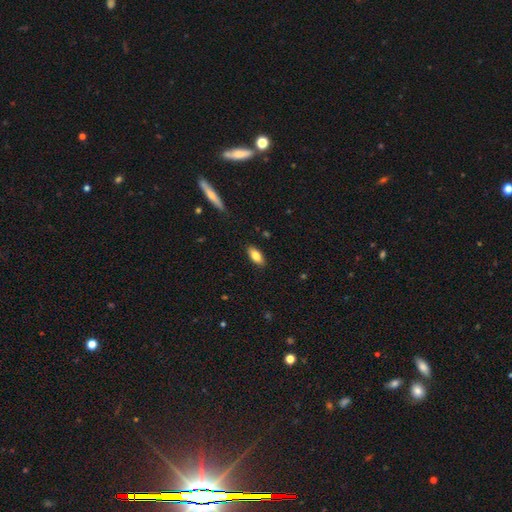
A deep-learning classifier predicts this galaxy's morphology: The model was most divided on "smooth or featured": smooth: 79%, featured or disk: 14%, star or artifact: 7%. More confident: merging — none (88%); how rounded — in between (84%).